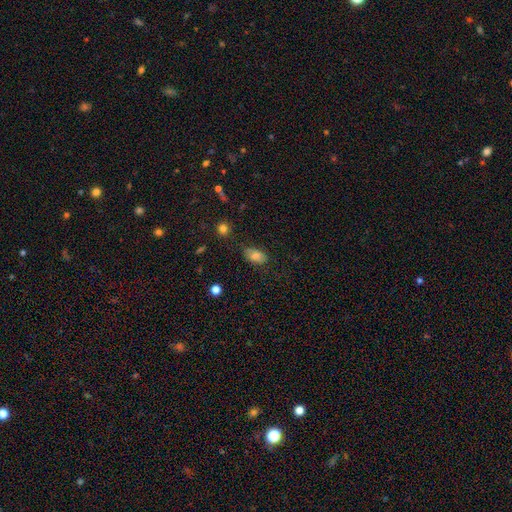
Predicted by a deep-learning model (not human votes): Smooth or featured?
  - smooth: 79% *
  - featured or disk: 11%
  - star or artifact: 10%
How rounded?
  - in between: 90% *
  - round: 8%
  - cigar-shaped: 2%
Merging?
  - none: 73% *
  - minor disturbance: 20%
  - major disturbance: 5%
  - merger: 2%